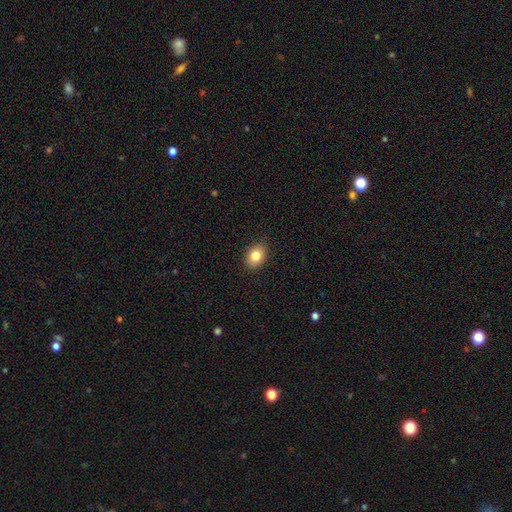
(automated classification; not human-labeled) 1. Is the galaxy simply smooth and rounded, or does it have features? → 82% smooth, 9% star or artifact, 9% featured or disk.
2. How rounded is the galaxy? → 70% in between, 29% round, 1% cigar-shaped.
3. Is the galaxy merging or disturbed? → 86% none, 11% minor disturbance, 2% major disturbance, 1% merger.